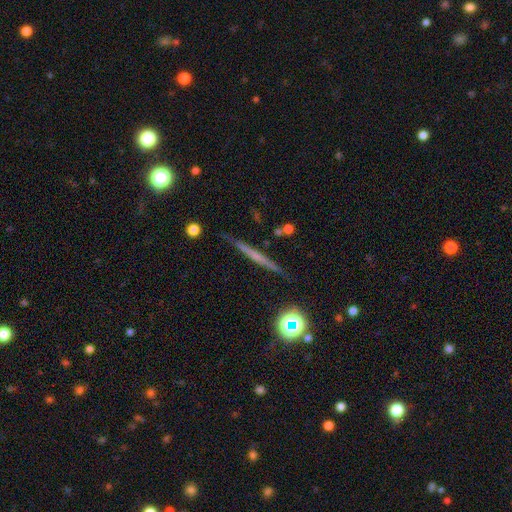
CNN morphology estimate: Q: Smooth or featured?
A: featured or disk (54%); runner-up: smooth (34%)
Q: Edge-on disk?
A: yes (96%); runner-up: no (4%)
Q: Edge-on bulge?
A: none (80%); runner-up: rounded (13%)
Q: Merging?
A: none (88%); runner-up: minor disturbance (8%)